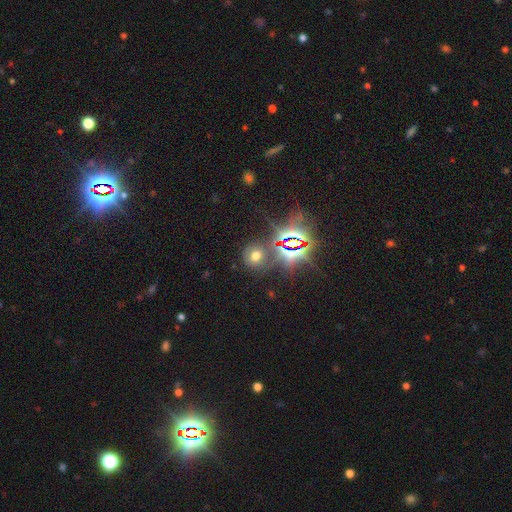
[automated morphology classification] Q: Smooth or featured?
A: smooth (50%); runner-up: star or artifact (38%)
Q: How rounded?
A: round (79%); runner-up: in between (19%)
Q: Merging?
A: none (76%); runner-up: minor disturbance (12%)